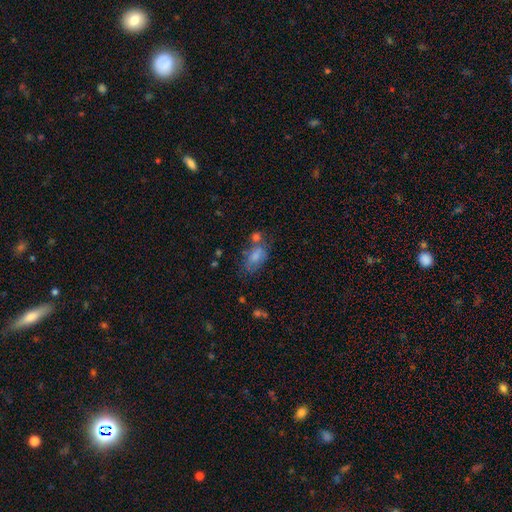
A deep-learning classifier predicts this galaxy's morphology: Overall: smooth (68%). How rounded: in between (88%). Merging: none (39%; merger 24%).